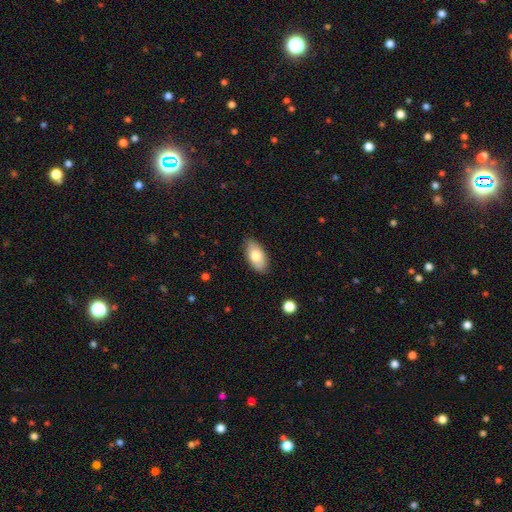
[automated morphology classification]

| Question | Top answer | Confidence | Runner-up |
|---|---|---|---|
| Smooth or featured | smooth | 76% | featured or disk (18%) |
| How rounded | in between | 93% | cigar-shaped (4%) |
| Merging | none | 86% | minor disturbance (11%) |